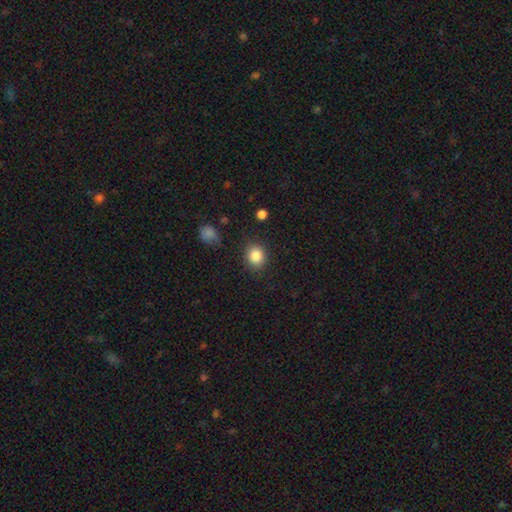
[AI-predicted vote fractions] This appears to be a smooth galaxy with no disk features (86%) that is round (71%). Merging: none (85%).